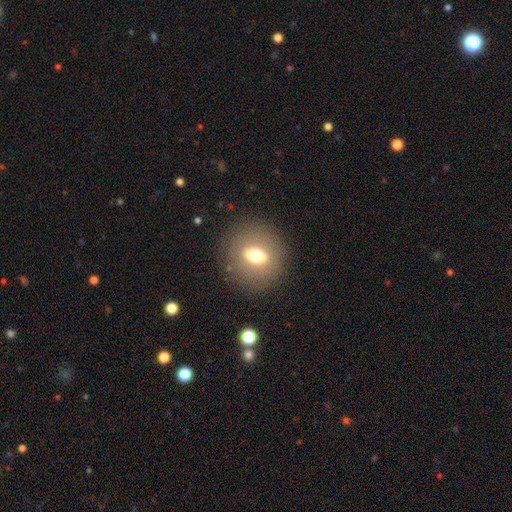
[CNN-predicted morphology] smooth 55%, featured or disk 33%, star or artifact 11%. Down the decision tree: how rounded — round (71%); merging — none (86%).